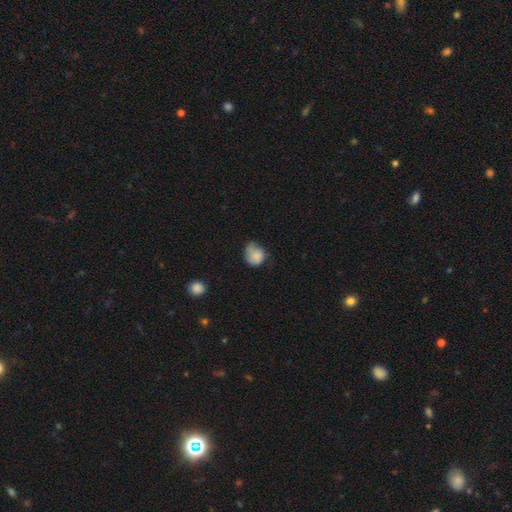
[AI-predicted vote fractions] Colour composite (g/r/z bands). It shows a smooth galaxy with no disk features (78%) that is round (62%). Merging: minor disturbance (43%).